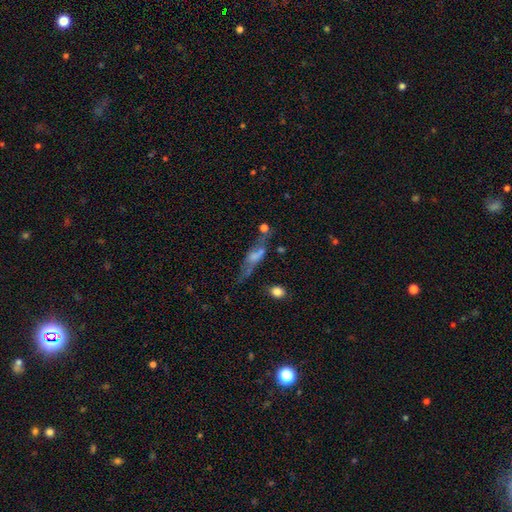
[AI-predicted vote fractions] Smooth or featured? Predicted: featured or disk (p=0.52). Edge-on disk? Predicted: yes (p=0.50, tied with no). Merging? Predicted: none (p=0.43).